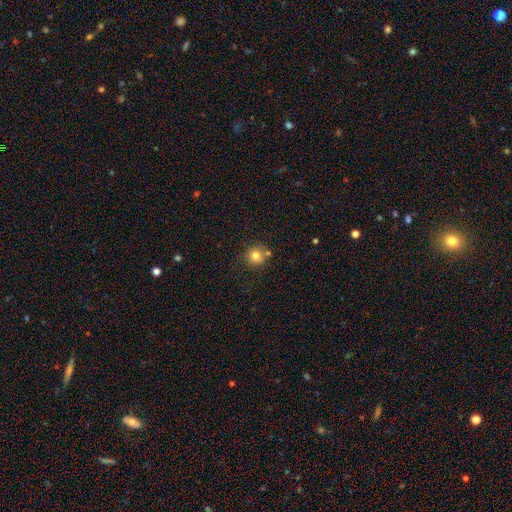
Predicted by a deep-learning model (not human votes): Q: Smooth or featured?
A: smooth (78%); runner-up: star or artifact (12%)
Q: How rounded?
A: round (91%); runner-up: in between (9%)
Q: Merging?
A: none (68%); runner-up: merger (17%)